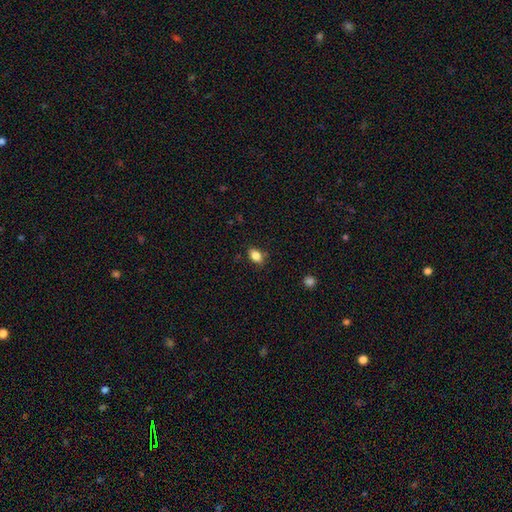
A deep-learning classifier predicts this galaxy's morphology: Smooth or featured? smooth (85%)
How rounded? in between (83%)
Merging? none (82%)